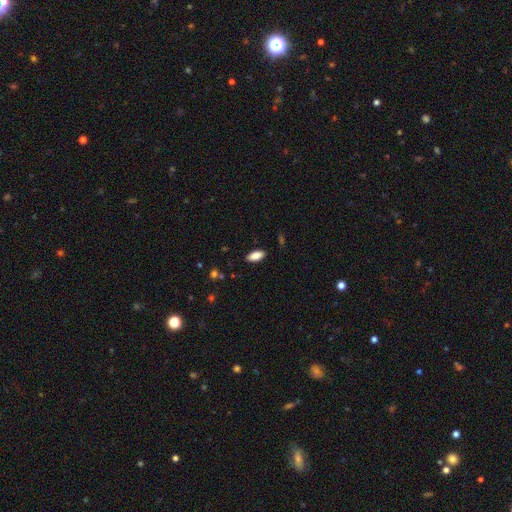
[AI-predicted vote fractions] smooth-or-featured: smooth: 86% | featured or disk: 8% | star or artifact: 7%
  how-rounded: in between: 87% | cigar-shaped: 11% | round: 2%
  merging: none: 88% | minor disturbance: 9% | major disturbance: 2% | merger: 1%